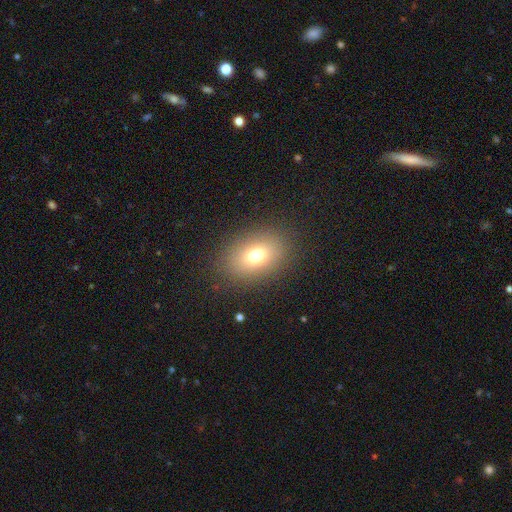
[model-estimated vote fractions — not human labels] This appears to be a smooth galaxy with no disk features (74%) that is in between round and cigar-shaped (74%). Merging: none (86%).